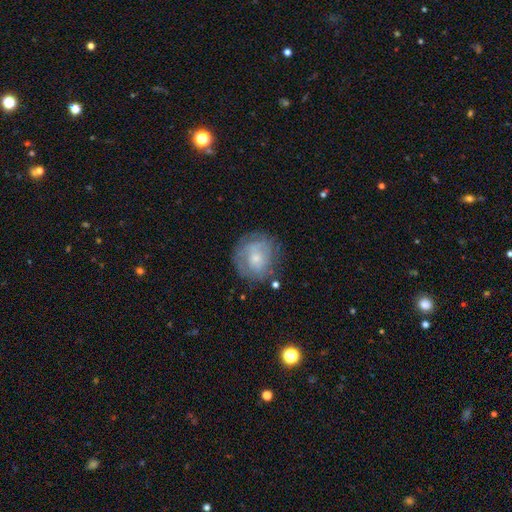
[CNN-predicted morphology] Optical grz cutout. It shows a smooth galaxy with no disk features (49%). Merging: none (67%).